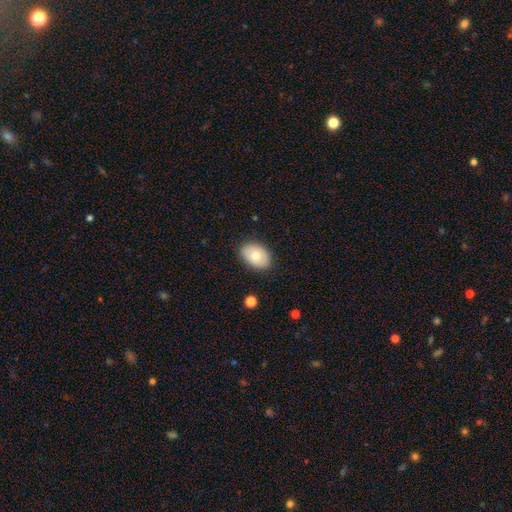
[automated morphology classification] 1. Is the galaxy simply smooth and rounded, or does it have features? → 76% smooth, 17% featured or disk, 7% star or artifact.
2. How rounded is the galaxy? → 85% in between, 14% round, 1% cigar-shaped.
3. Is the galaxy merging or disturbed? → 85% none, 12% minor disturbance, 2% major disturbance, 1% merger.